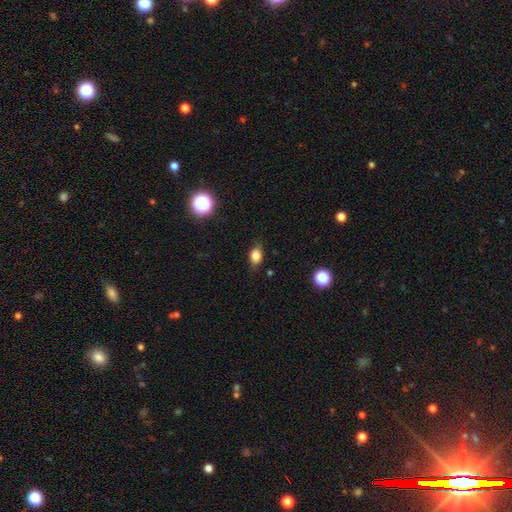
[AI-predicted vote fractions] Smooth or featured: smooth — 79% (star or artifact — 11%)
How rounded: in between — 71% (round — 26%)
Merging: none — 77% (minor disturbance — 18%)